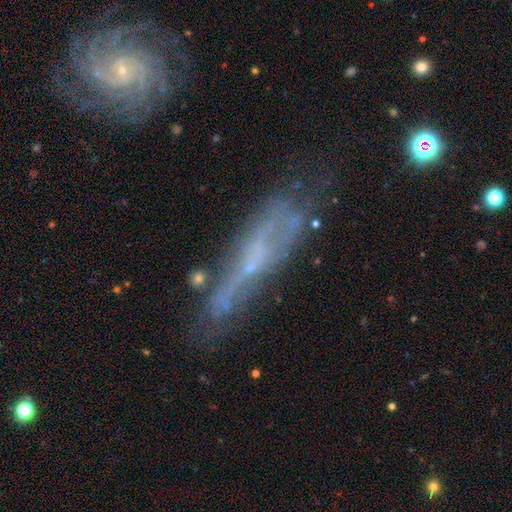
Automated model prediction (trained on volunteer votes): smooth-or-featured: featured or disk: 66% | smooth: 23% | star or artifact: 11%
  disk-edge-on: no: 60% | yes: 40%
  merging: none: 54% | minor disturbance: 25% | major disturbance: 14% | merger: 8%